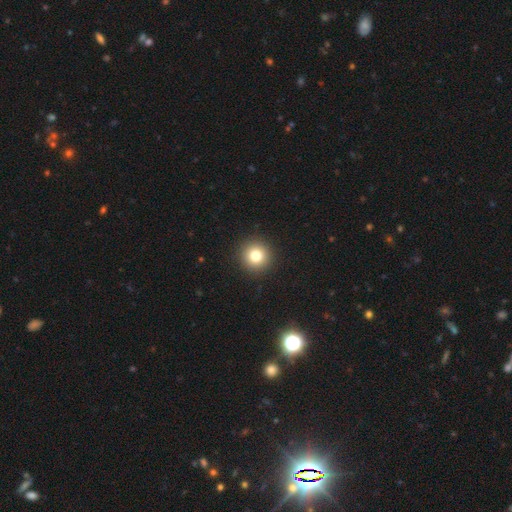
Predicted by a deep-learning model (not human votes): smooth-or-featured: smooth: 80% | star or artifact: 12% | featured or disk: 8%
  how-rounded: round: 95% | in between: 4% | cigar-shaped: 1%
  merging: none: 93% | minor disturbance: 4% | major disturbance: 2% | merger: 1%